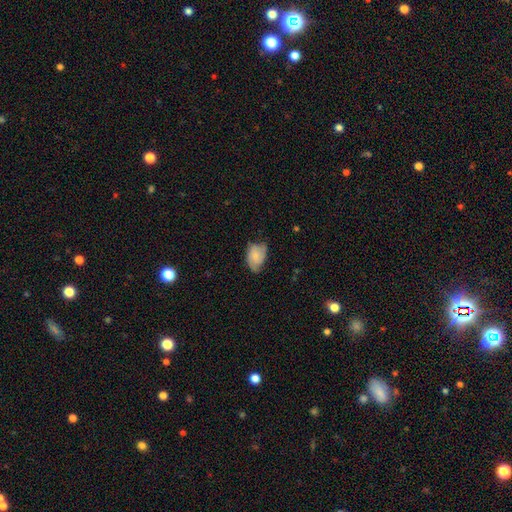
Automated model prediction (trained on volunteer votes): This is likely a smooth galaxy (64%). How rounded: clearly in between (82%). Merging: possibly none (46%).